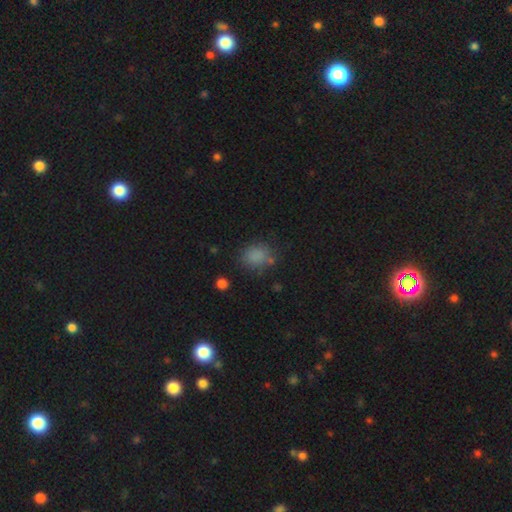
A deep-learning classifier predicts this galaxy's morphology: Overall: smooth (81%). How rounded: round (53%; in between 46%). Merging: none (71%).